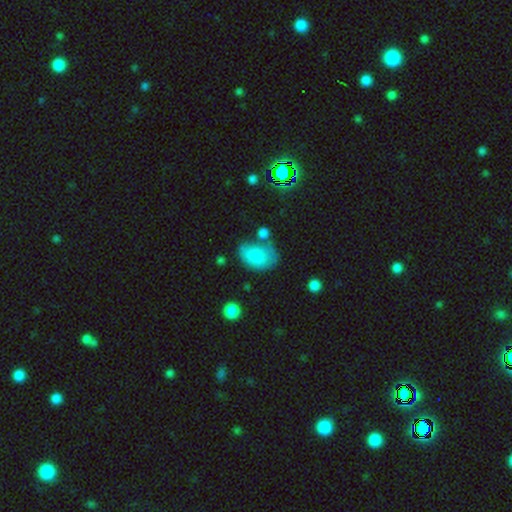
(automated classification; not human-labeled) A smooth galaxy with no disk features (79%) that is in between round and cigar-shaped (83%). Merging: none (43%).